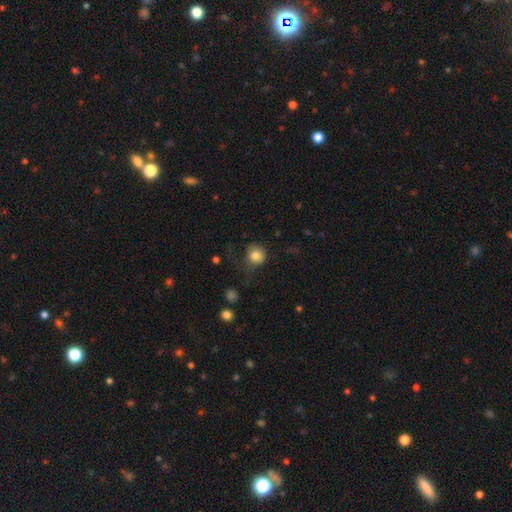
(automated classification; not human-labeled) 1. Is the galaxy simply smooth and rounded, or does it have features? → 82% smooth, 10% star or artifact, 8% featured or disk.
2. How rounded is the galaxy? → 86% round, 13% in between, 1% cigar-shaped.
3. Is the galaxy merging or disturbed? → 53% none, 24% minor disturbance, 21% major disturbance, 2% merger.